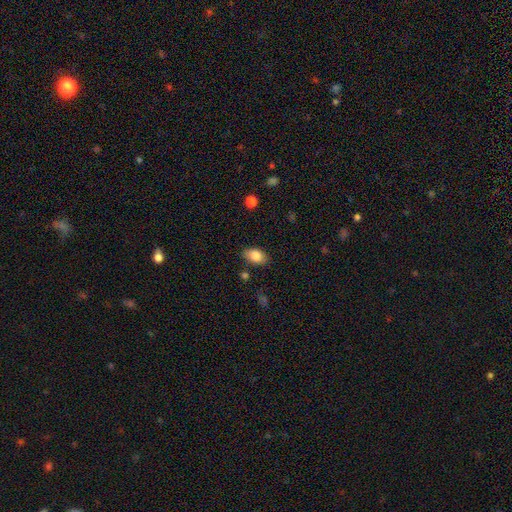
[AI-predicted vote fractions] A smooth galaxy with no disk features (83%) that is in between round and cigar-shaped (90%).

Vote fractions:
- Smooth or featured? smooth: 83% / featured or disk: 9% / star or artifact: 7%
- How rounded? in between: 90% / round: 8% / cigar-shaped: 2%
- Merging? none: 82% / minor disturbance: 13% / major disturbance: 3% / merger: 2%